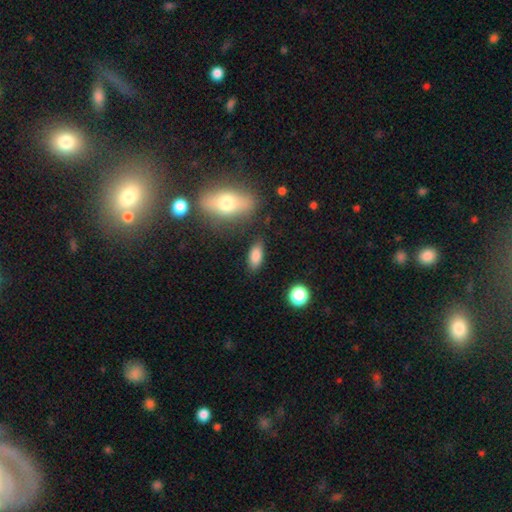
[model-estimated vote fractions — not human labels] A smooth galaxy with no disk features (84%) that is in between round and cigar-shaped (84%).

Vote fractions:
- Smooth or featured? smooth: 84% / star or artifact: 8% / featured or disk: 8%
- How rounded? in between: 84% / cigar-shaped: 12% / round: 4%
- Merging? none: 80% / minor disturbance: 13% / major disturbance: 3% / merger: 3%